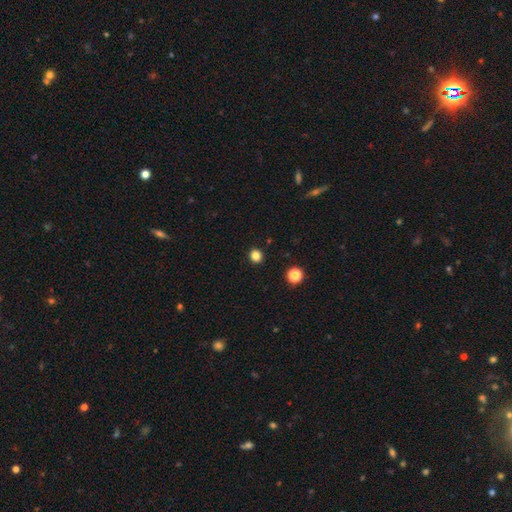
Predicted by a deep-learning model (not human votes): A smooth galaxy with no disk features (83%) that is round (86%).

Vote fractions:
- Smooth or featured? smooth: 83% / star or artifact: 13% / featured or disk: 4%
- How rounded? round: 86% / in between: 13% / cigar-shaped: 1%
- Merging? none: 92% / minor disturbance: 5% / major disturbance: 2% / merger: 1%